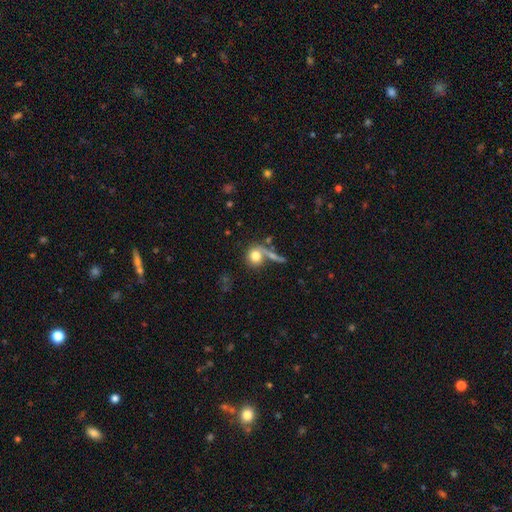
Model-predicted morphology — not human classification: Smooth or featured? smooth (76%)
How rounded? round (79%)
Merging? none (53%)